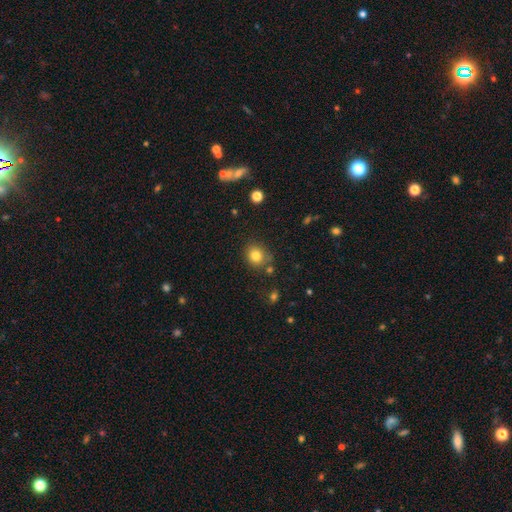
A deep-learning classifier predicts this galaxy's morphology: Smooth or featured? smooth (81%)
How rounded? round (79%)
Merging? none (76%)